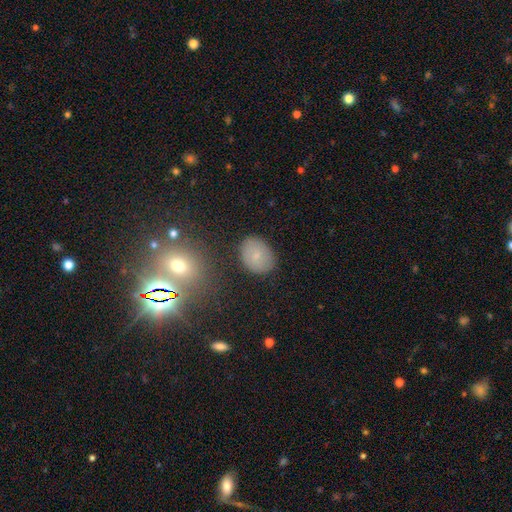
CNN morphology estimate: This appears to be a smooth galaxy with no disk features (72%) that is in between round and cigar-shaped (65%). Merging: none (82%).